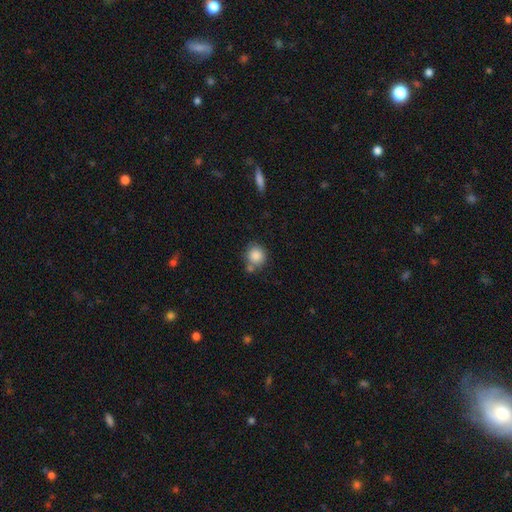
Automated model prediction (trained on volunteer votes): The model was most divided on "merging": none: 61%, merger: 21%, minor disturbance: 14%, major disturbance: 4%. More confident: how rounded — round (87%); smooth or featured — smooth (86%).